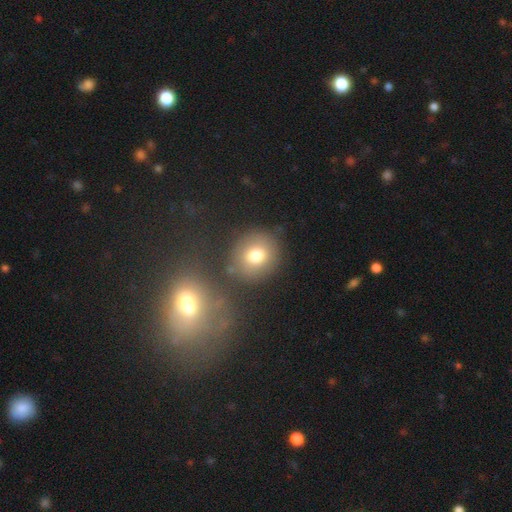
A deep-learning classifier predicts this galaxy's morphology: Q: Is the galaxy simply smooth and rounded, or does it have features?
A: smooth — 76%.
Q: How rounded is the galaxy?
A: round — 78%.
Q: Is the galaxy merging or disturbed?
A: none — 74%.